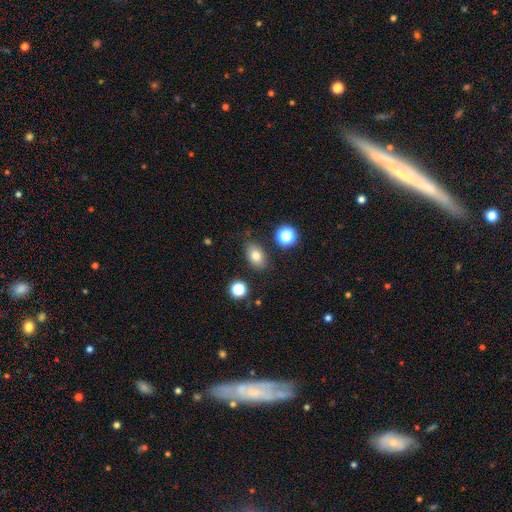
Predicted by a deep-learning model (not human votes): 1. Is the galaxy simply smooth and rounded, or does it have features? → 78% smooth, 12% star or artifact, 10% featured or disk.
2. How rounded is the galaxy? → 81% in between, 17% round, 2% cigar-shaped.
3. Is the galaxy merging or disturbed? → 81% none, 13% minor disturbance, 3% major disturbance, 3% merger.